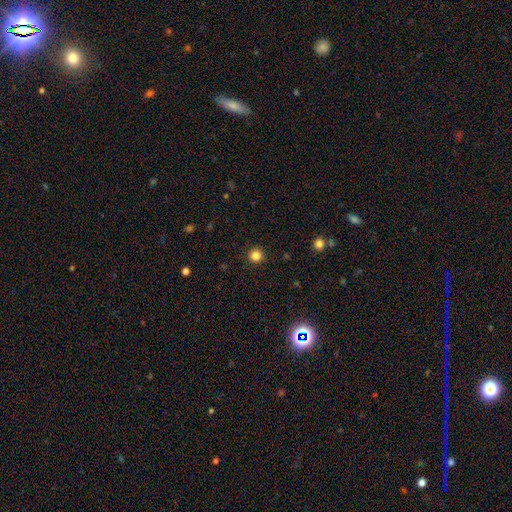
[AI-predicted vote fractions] smooth-or-featured: smooth: 84% | star or artifact: 13% | featured or disk: 4%
  how-rounded: round: 95% | in between: 4% | cigar-shaped: 1%
  merging: none: 93% | minor disturbance: 5% | major disturbance: 2% | merger: 1%